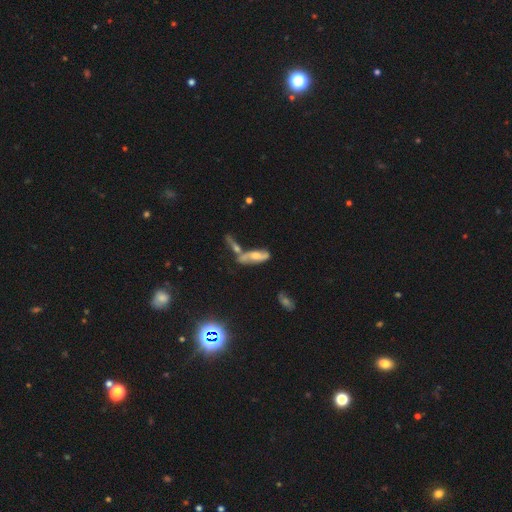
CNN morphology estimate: featured or disk 46%, smooth 32%, star or artifact 23%. Down the decision tree: merging — merger (50%).